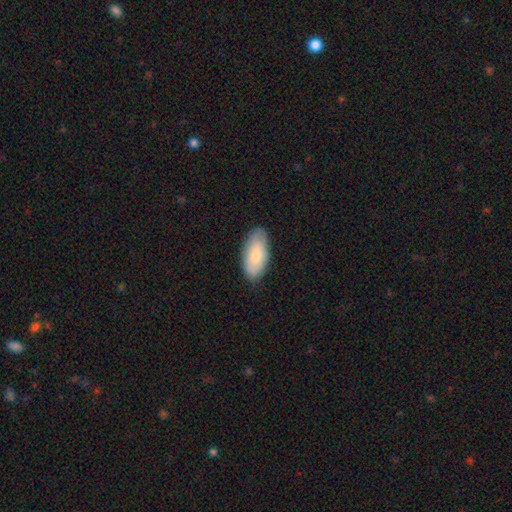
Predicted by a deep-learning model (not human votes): Morphology: type=smooth (83%); roundness=in between (92%); merging=none (84%).